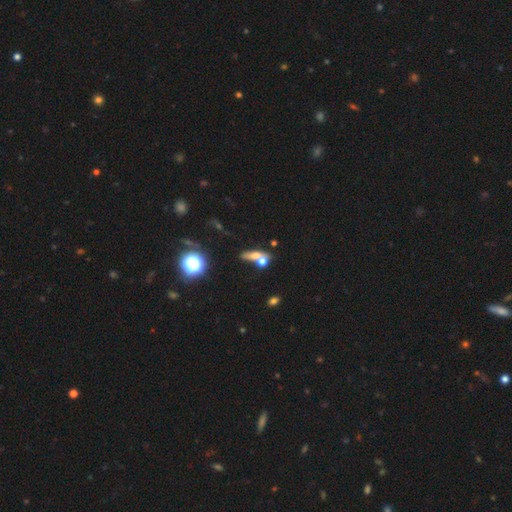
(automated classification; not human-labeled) Overall: smooth (56%; featured or disk 25%). How rounded: in between (40%; round 31%). Merging: merger (45%; none 36%).